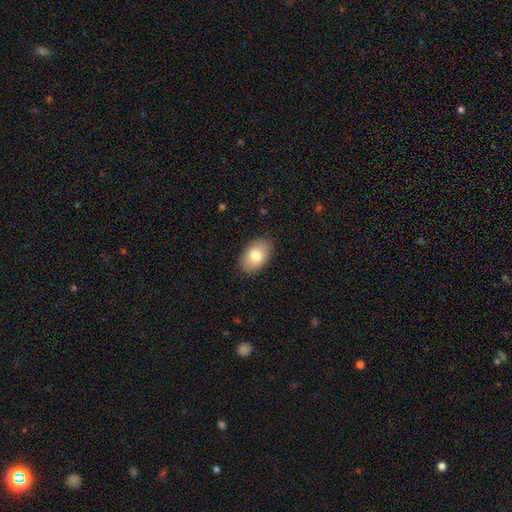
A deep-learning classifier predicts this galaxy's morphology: Smooth or featured? smooth (79%)
How rounded? in between (90%)
Merging? none (87%)